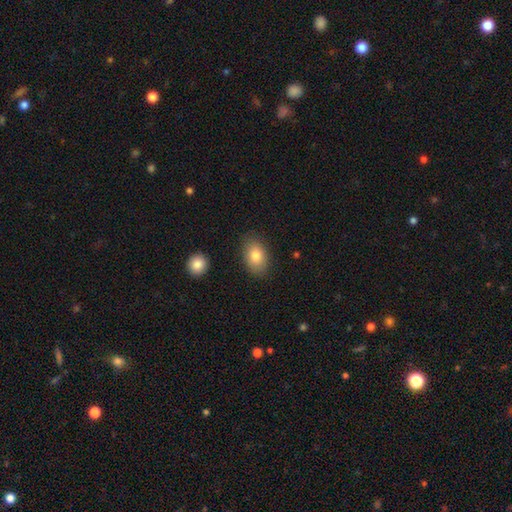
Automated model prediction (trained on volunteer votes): The model was most divided on "merging": none: 83%, minor disturbance: 12%, major disturbance: 3%, merger: 2%. More confident: how rounded — in between (86%); smooth or featured — smooth (83%).